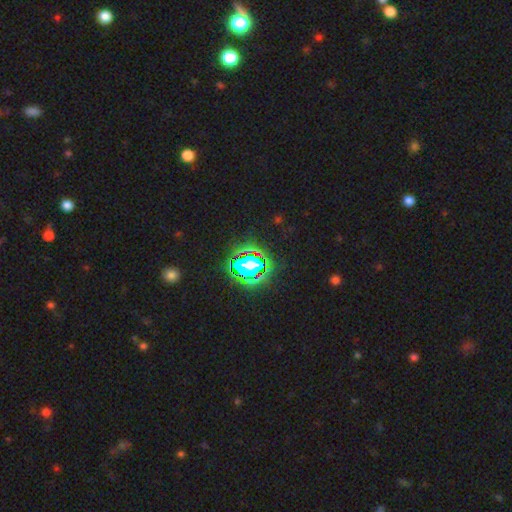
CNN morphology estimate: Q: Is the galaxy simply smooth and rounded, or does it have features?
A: star or artifact — 72%.